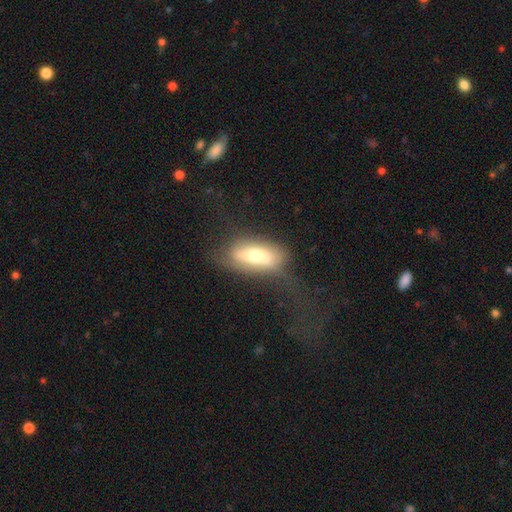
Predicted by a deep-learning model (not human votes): A smooth galaxy with no disk features (56%) that is in between round and cigar-shaped (81%). Merging: none (41%).